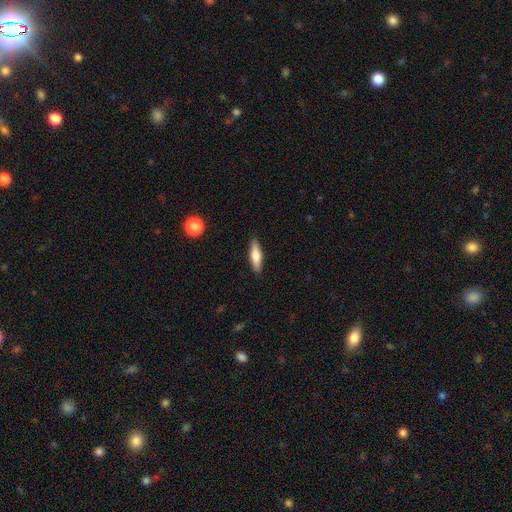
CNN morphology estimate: Smooth or featured?
  - smooth: 62% *
  - featured or disk: 32%
  - star or artifact: 6%
How rounded?
  - cigar-shaped: 64% *
  - in between: 34%
  - round: 2%
Merging?
  - none: 89% *
  - minor disturbance: 8%
  - major disturbance: 2%
  - merger: 1%